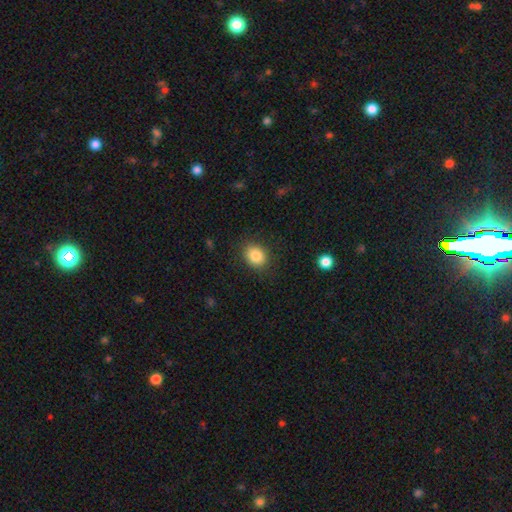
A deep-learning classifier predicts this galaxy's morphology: This appears to be a smooth galaxy with no disk features (86%) that is round (50%). Merging: none (86%).